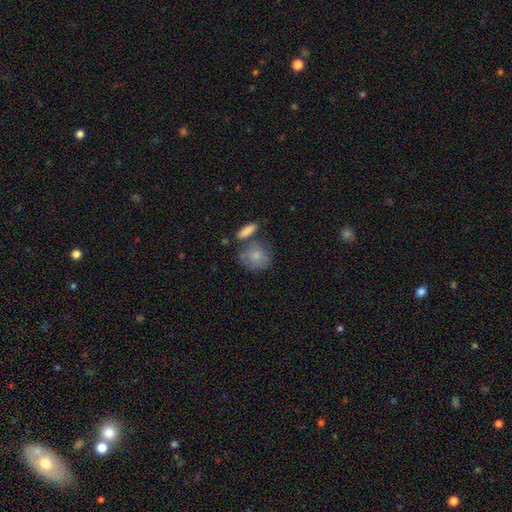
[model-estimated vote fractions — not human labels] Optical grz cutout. It shows a smooth galaxy with no disk features (78%) that is round (64%). Merging: none (54%).